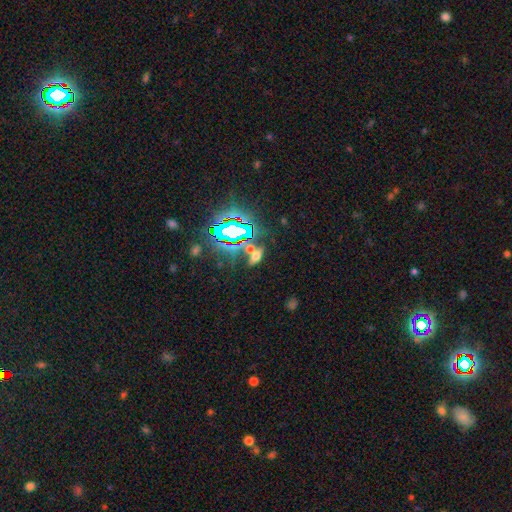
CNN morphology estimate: The model was most divided on "smooth or featured": smooth: 42%, star or artifact: 41%, featured or disk: 17%. More confident: merging — none (64%).